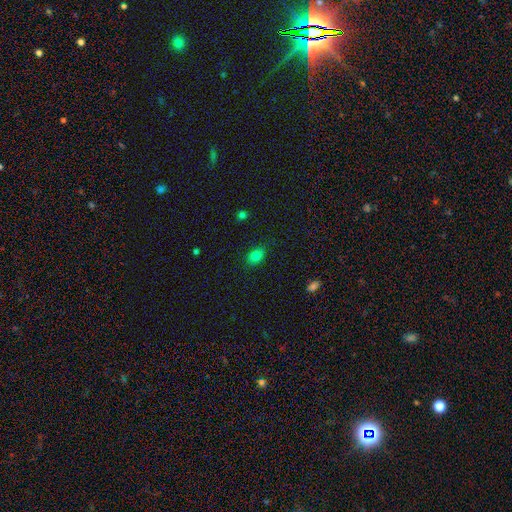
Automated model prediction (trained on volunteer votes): Smooth or featured?
  - smooth: 81% *
  - star or artifact: 13%
  - featured or disk: 6%
How rounded?
  - in between: 71% *
  - round: 28%
  - cigar-shaped: 1%
Merging?
  - none: 81% *
  - minor disturbance: 14%
  - major disturbance: 3%
  - merger: 1%